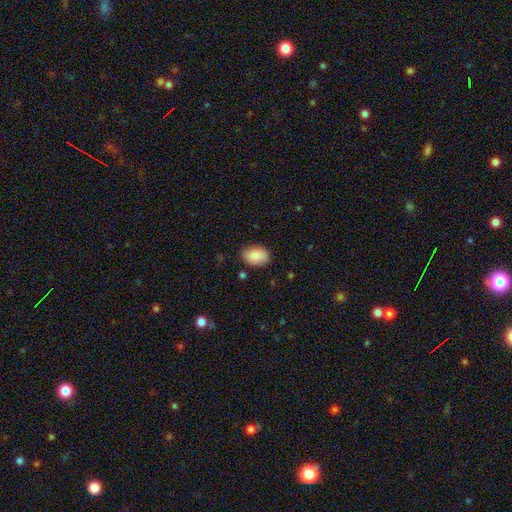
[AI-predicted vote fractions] A smooth galaxy with no disk features (90%) that is in between round and cigar-shaped (84%). Merging: none (83%).